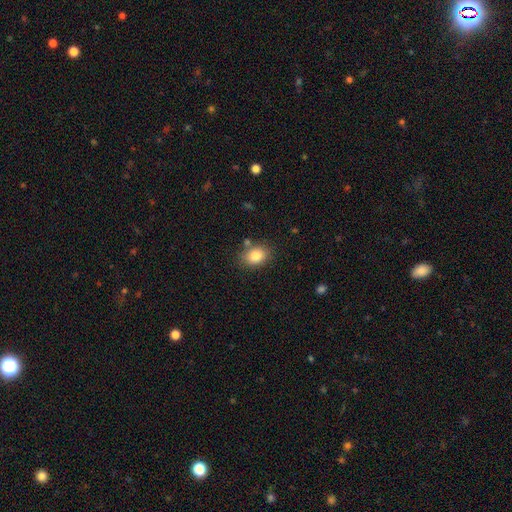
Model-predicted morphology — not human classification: Smooth or featured? Predicted: smooth (p=0.83). How rounded? Predicted: in between (p=0.65). Merging? Predicted: none (p=0.77).